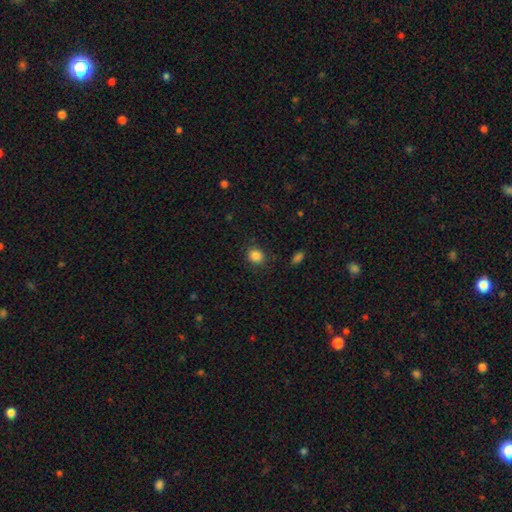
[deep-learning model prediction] Q: Smooth or featured?
A: smooth (85%); runner-up: star or artifact (10%)
Q: How rounded?
A: round (64%); runner-up: in between (36%)
Q: Merging?
A: none (85%); runner-up: minor disturbance (11%)